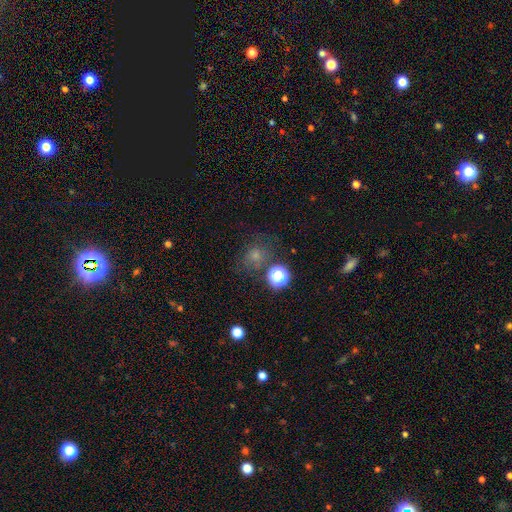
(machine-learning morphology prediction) Smooth or featured: smooth — 66% (star or artifact — 22%)
How rounded: round — 70% (in between — 29%)
Merging: none — 61% (minor disturbance — 19%)